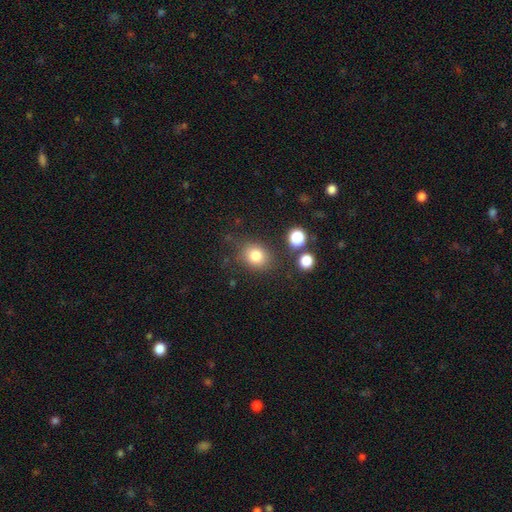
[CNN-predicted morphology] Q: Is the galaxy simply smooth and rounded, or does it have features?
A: smooth — 80%.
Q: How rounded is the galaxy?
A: round — 65%.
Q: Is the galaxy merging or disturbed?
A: none — 78%.